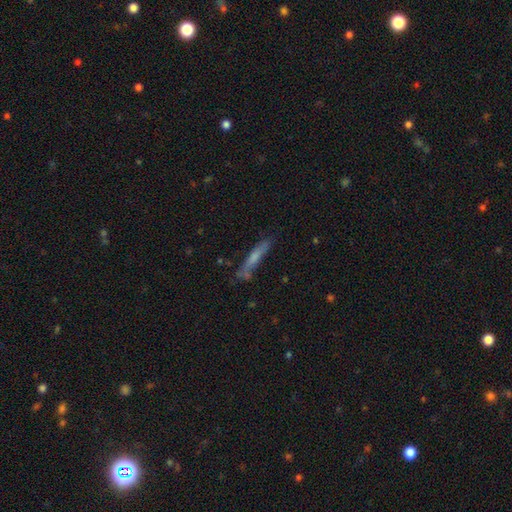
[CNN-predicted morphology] smooth_or_featured: smooth (p=0.50) [alt: featured or disk p=0.41]
how_rounded: cigar-shaped (p=0.91) [alt: in between p=0.07]
merging: none (p=0.72) [alt: minor disturbance p=0.18]